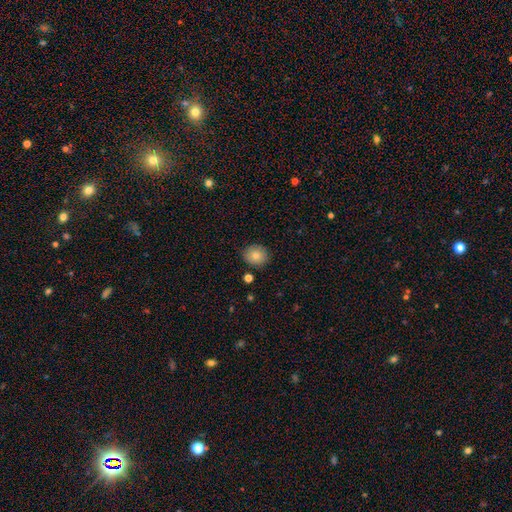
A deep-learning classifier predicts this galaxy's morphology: Smooth or featured? smooth (82%)
How rounded? round (77%)
Merging? none (86%)